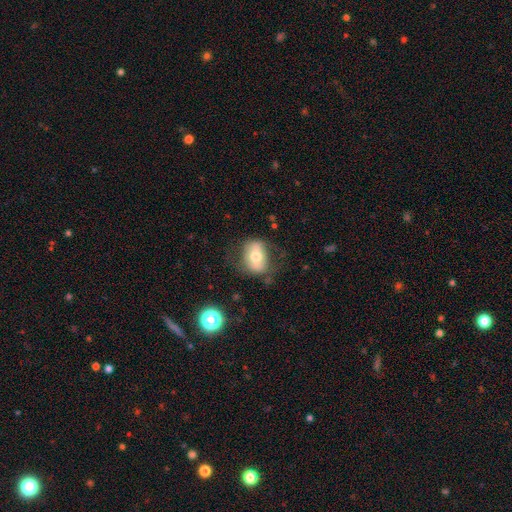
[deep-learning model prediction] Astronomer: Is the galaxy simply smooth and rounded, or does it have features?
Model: smooth — 54% (runner-up: featured or disk, 38%).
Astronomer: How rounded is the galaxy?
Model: in between — 74%.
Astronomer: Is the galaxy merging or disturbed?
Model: none — 63%.